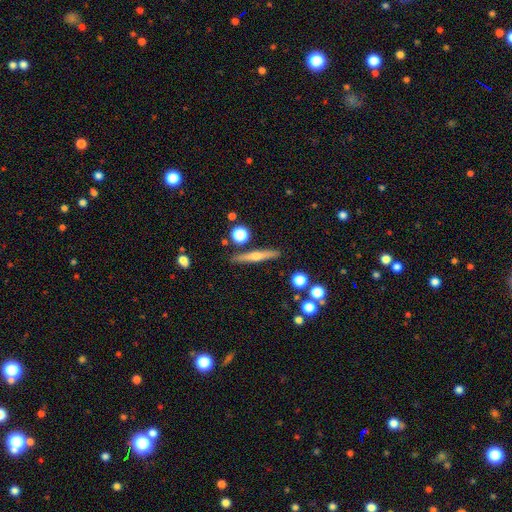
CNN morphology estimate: Smooth or featured?
  - featured or disk: 54% *
  - smooth: 39%
  - star or artifact: 7%
Edge-on disk?
  - yes: 96% *
  - no: 4%
Edge-on bulge?
  - rounded: 84% *
  - none: 12%
  - boxy: 4%
Merging?
  - none: 86% *
  - minor disturbance: 8%
  - merger: 3%
  - major disturbance: 2%